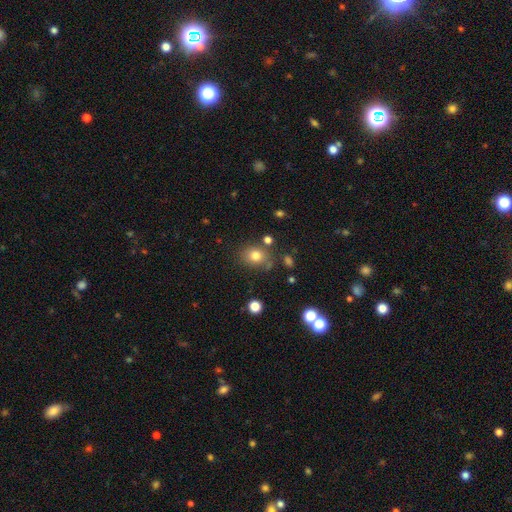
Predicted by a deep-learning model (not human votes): This is likely a smooth galaxy (78%). How rounded: likely round (63%). Merging: likely none (74%).